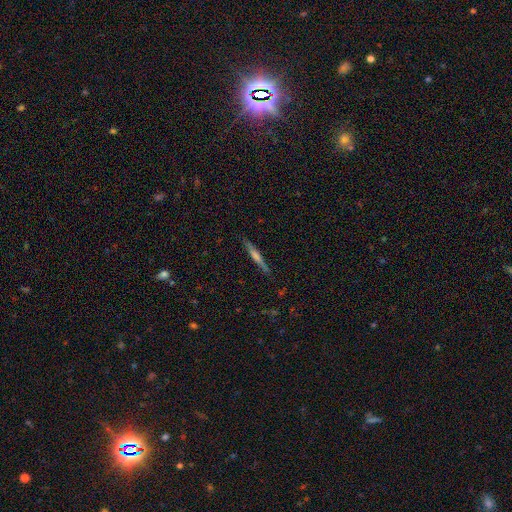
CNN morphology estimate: type=featured or disk (63%); edge-on=yes (98%); edge-on bulge=rounded (54%); merging=none (90%).